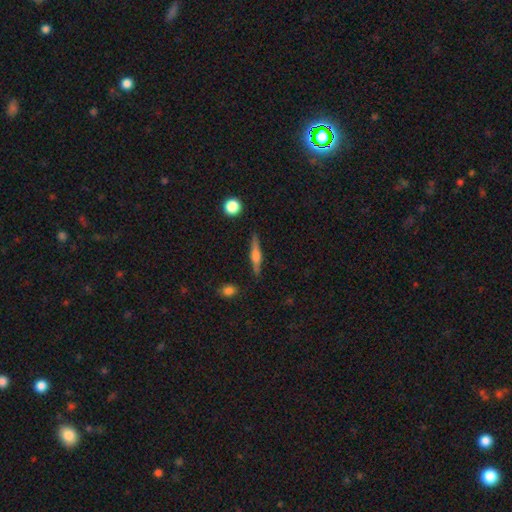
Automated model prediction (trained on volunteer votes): Smooth or featured? Predicted: featured or disk (p=0.58). Edge-on disk? Predicted: yes (p=0.96). Edge-on bulge? Predicted: rounded (p=0.79). Merging? Predicted: none (p=0.87).